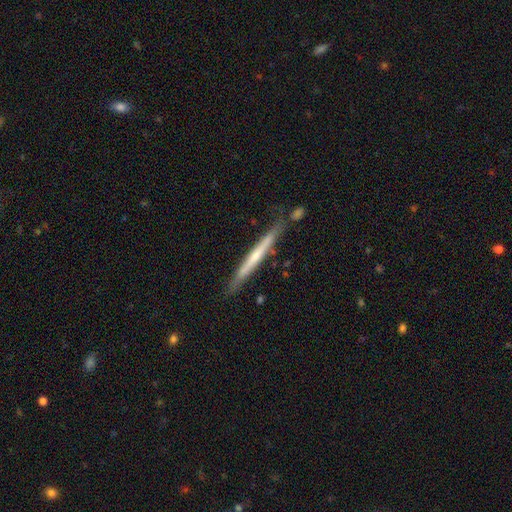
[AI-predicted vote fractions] Smooth or featured: featured or disk — 57% (smooth — 38%)
Edge-on disk: yes — 96% (no — 4%)
Edge-on bulge: none — 64% (rounded — 30%)
Merging: none — 78% (minor disturbance — 14%)